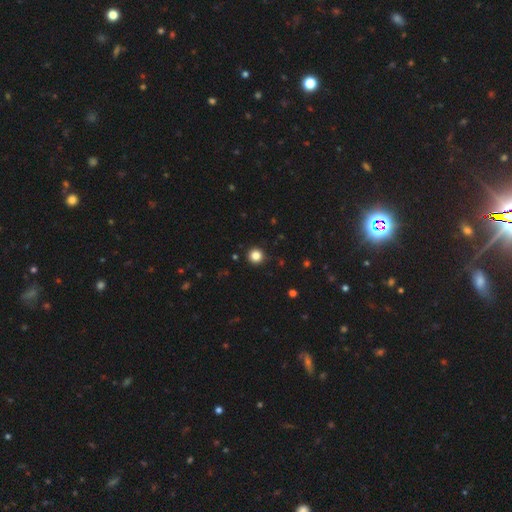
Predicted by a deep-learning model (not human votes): Overall: smooth (85%). How rounded: round (96%). Merging: none (93%).